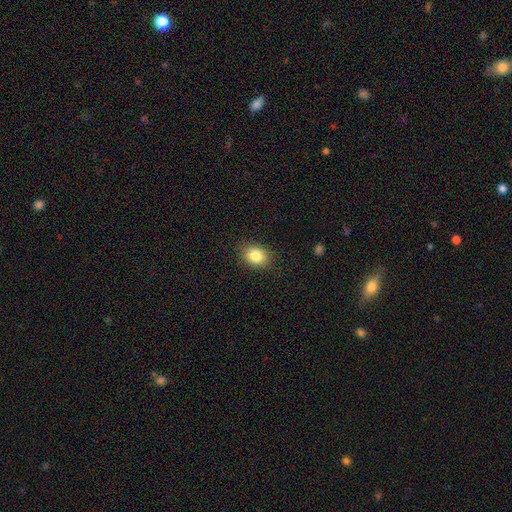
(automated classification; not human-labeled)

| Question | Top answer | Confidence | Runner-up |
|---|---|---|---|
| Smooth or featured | smooth | 84% | star or artifact (9%) |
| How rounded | in between | 62% | round (37%) |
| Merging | none | 86% | minor disturbance (10%) |